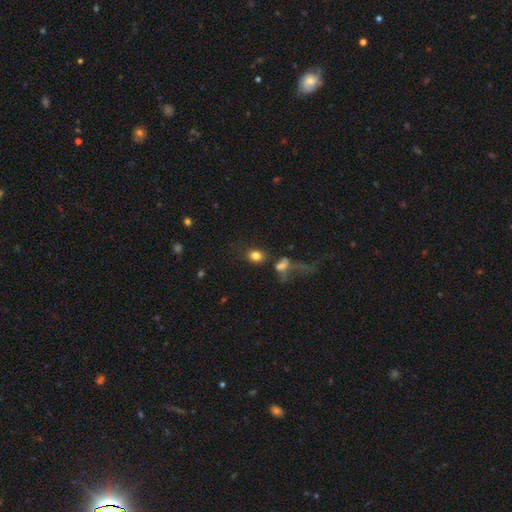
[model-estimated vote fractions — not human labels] Smooth or featured? smooth (79%)
How rounded? round (53%)
Merging? none (59%)